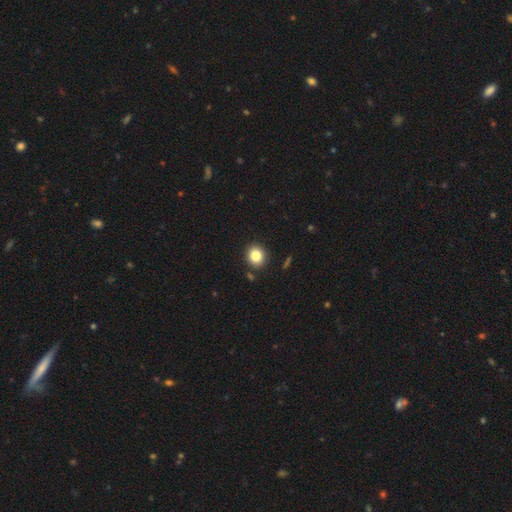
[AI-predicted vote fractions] smooth_or_featured: smooth (p=0.83) [alt: star or artifact p=0.10]
how_rounded: round (p=0.77) [alt: in between p=0.22]
merging: none (p=0.89) [alt: minor disturbance p=0.07]